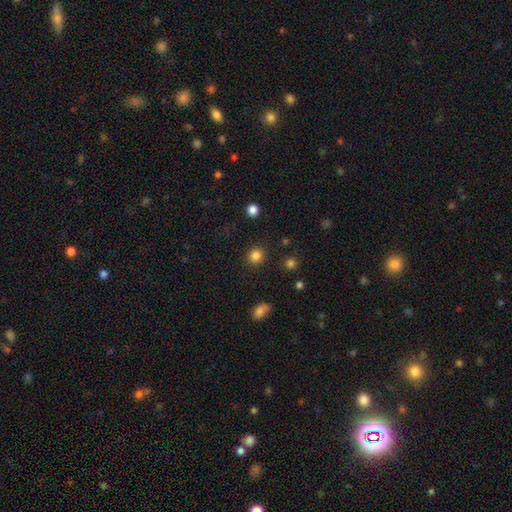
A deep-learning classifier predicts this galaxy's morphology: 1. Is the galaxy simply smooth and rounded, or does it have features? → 84% smooth, 12% star or artifact, 4% featured or disk.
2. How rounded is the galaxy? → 89% round, 10% in between, 1% cigar-shaped.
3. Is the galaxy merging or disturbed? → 90% none, 6% minor disturbance, 2% major disturbance, 2% merger.